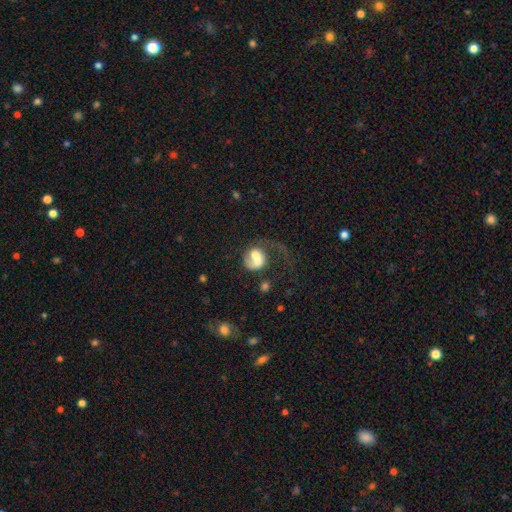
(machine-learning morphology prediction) smooth-or-featured: featured or disk: 50% | smooth: 41% | star or artifact: 9%
  merging: major disturbance: 36% | merger: 34% | none: 20% | minor disturbance: 11%